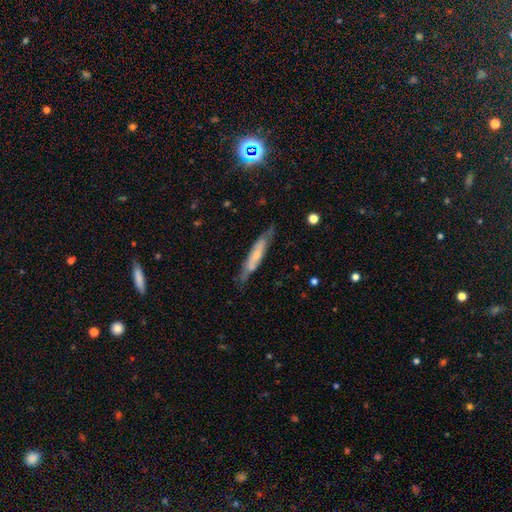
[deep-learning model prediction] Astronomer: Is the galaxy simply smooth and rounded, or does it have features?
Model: featured or disk — 52% (runner-up: smooth, 42%).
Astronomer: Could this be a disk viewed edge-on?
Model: yes — 61% (runner-up: no, 39%).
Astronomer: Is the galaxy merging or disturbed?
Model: none — 73%.